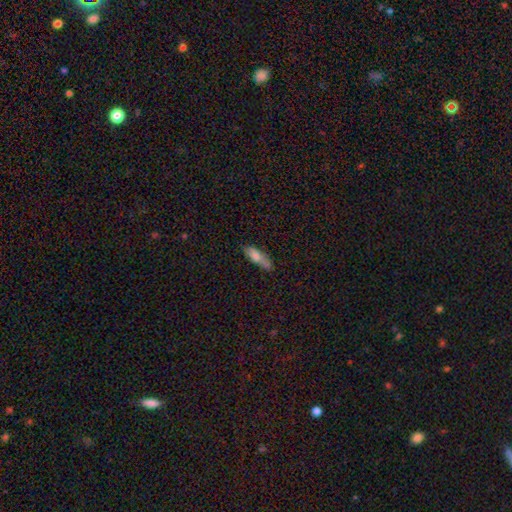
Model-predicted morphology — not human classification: smooth_or_featured: smooth (p=0.72) [alt: featured or disk p=0.20]
how_rounded: cigar-shaped (p=0.58) [alt: in between p=0.39]
merging: none (p=0.67) [alt: minor disturbance p=0.22]